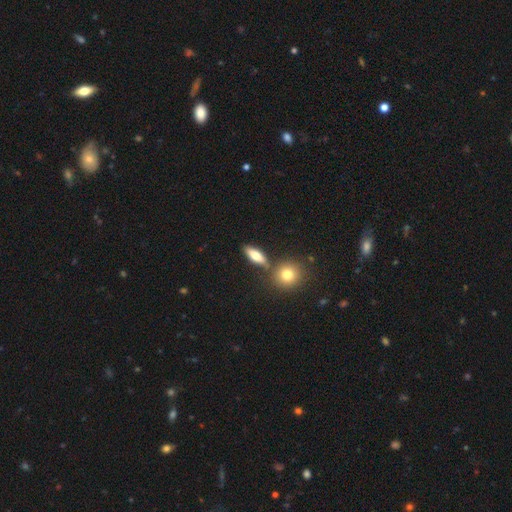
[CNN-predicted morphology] type=smooth (67%); roundness=in between (61%); merging=none (75%).